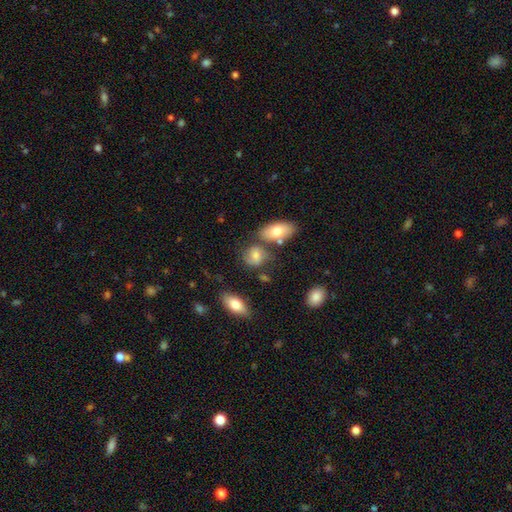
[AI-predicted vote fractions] Q: Smooth or featured?
A: smooth (65%); runner-up: featured or disk (24%)
Q: How rounded?
A: in between (56%); runner-up: round (42%)
Q: Merging?
A: none (55%); runner-up: minor disturbance (22%)